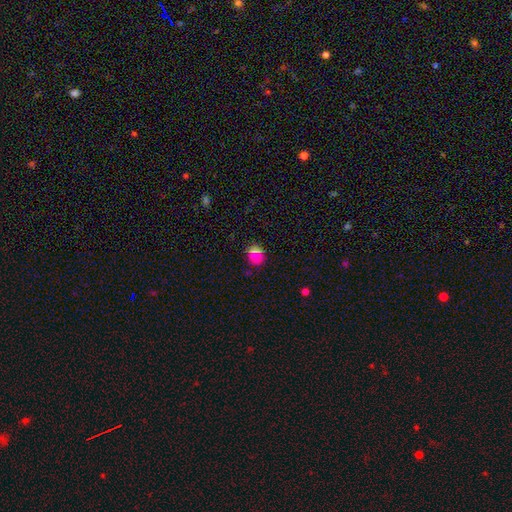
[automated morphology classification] Smooth or featured: smooth — 70% (star or artifact — 24%)
How rounded: round — 70% (in between — 29%)
Merging: none — 85% (minor disturbance — 10%)